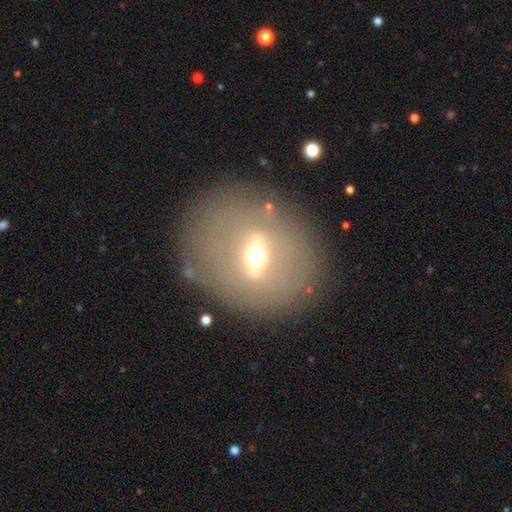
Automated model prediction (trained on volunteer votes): A featured or disk galaxy (66%). Merging: none (82%).